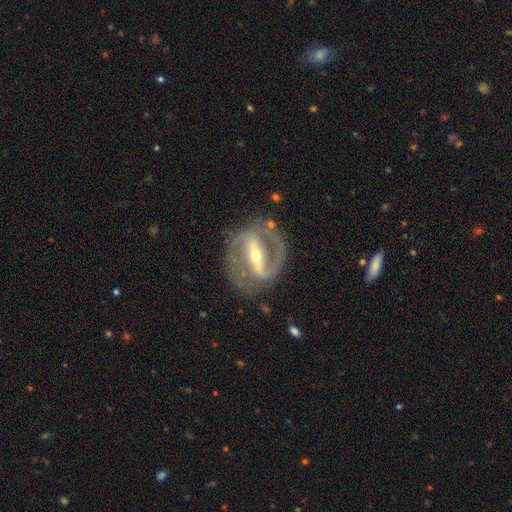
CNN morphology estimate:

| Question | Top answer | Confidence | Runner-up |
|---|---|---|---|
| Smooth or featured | featured or disk | 90% | smooth (6%) |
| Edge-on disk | no | 94% | yes (6%) |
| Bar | strong | 77% | weak (16%) |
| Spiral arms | yes | 91% | no (9%) |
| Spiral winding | medium | 51% | tight (32%) |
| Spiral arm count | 2 | 86% | 1 (6%) |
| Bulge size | small | 50% | moderate (46%) |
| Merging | none | 78% | minor disturbance (13%) |